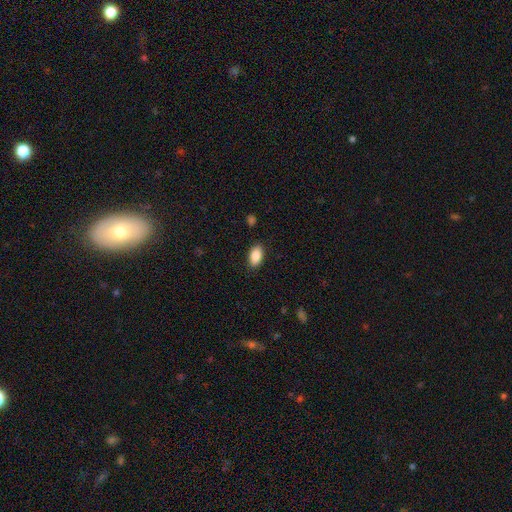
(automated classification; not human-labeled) smooth-or-featured: smooth: 88% | star or artifact: 7% | featured or disk: 5%
  how-rounded: in between: 93% | round: 5% | cigar-shaped: 2%
  merging: none: 88% | minor disturbance: 9% | major disturbance: 2% | merger: 1%